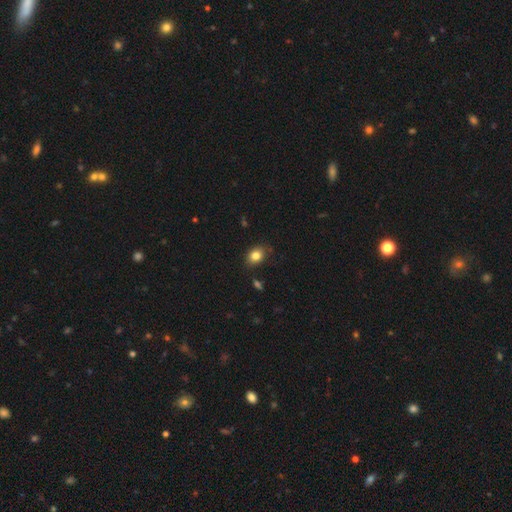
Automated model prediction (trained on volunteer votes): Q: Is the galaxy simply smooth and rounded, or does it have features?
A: smooth — 83%.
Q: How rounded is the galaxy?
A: in between — 67%.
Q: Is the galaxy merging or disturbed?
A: none — 79%.